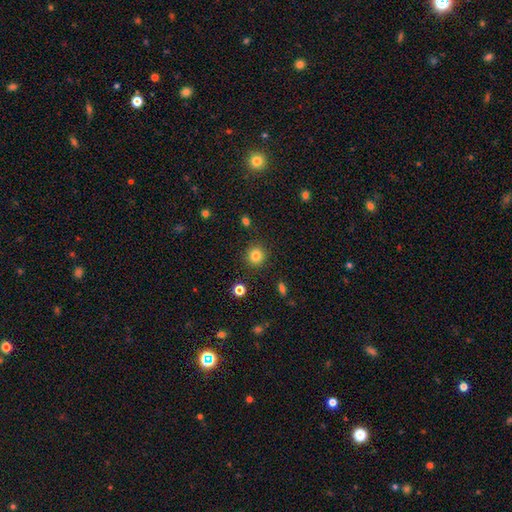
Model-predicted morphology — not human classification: smooth_or_featured: smooth (p=0.84) [alt: star or artifact p=0.11]
how_rounded: round (p=0.93) [alt: in between p=0.06]
merging: none (p=0.90) [alt: minor disturbance p=0.06]